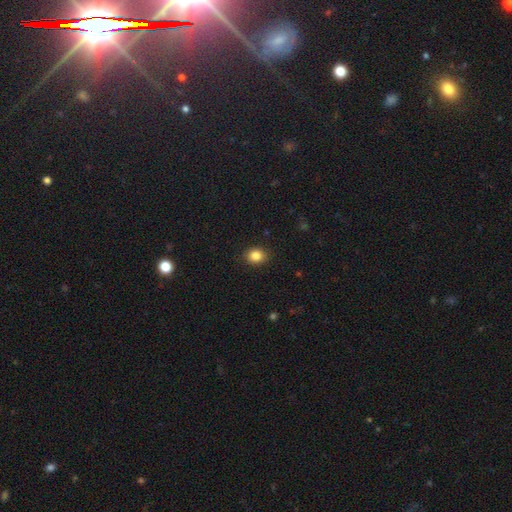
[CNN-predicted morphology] Smooth or featured? Predicted: smooth (p=0.86). How rounded? Predicted: round (p=0.64). Merging? Predicted: none (p=0.90).